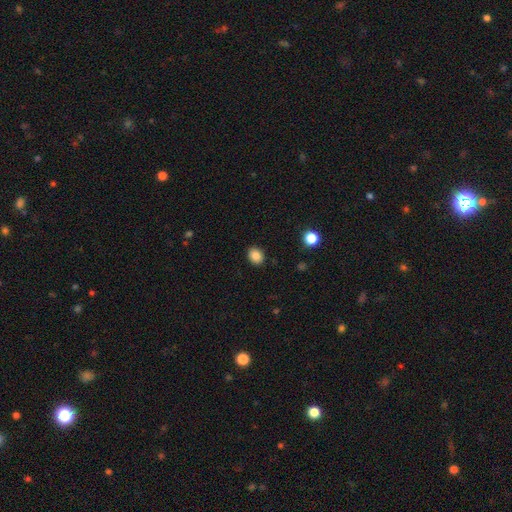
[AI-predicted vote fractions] Morphology: type=smooth (85%); roundness=in between (51%); merging=none (89%).